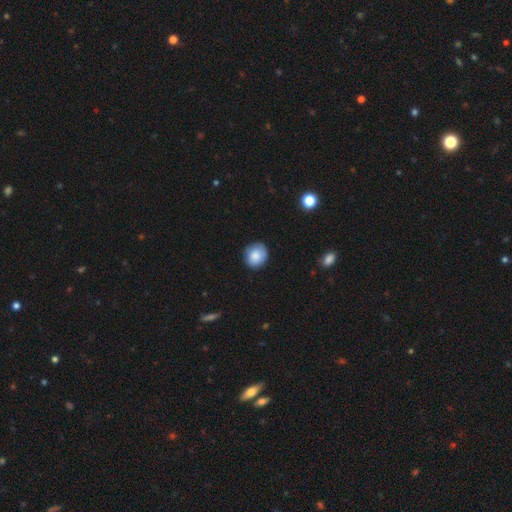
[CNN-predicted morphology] smooth-or-featured: smooth: 83% | featured or disk: 9% | star or artifact: 7%
  how-rounded: round: 82% | in between: 17% | cigar-shaped: 1%
  merging: none: 82% | minor disturbance: 14% | major disturbance: 2% | merger: 1%